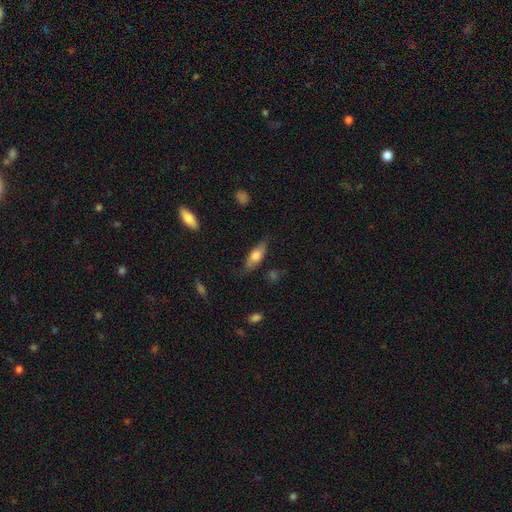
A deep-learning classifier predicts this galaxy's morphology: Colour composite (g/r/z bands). It shows a smooth galaxy with no disk features (65%) that is in between round and cigar-shaped (67%). Merging: none (74%).